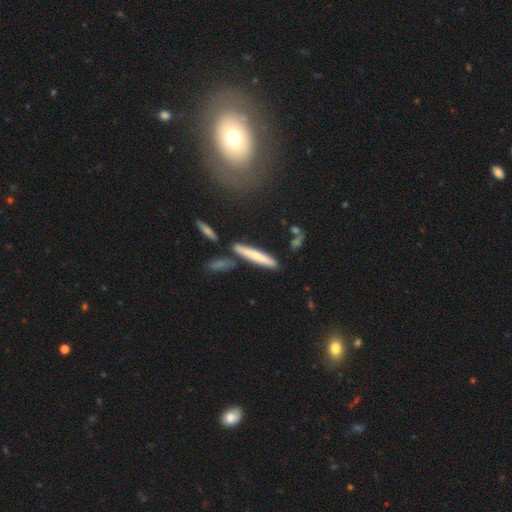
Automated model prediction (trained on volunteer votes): The model was most divided on "smooth or featured": smooth: 65%, featured or disk: 28%, star or artifact: 6%. More confident: how rounded — cigar-shaped (92%); merging — none (77%).